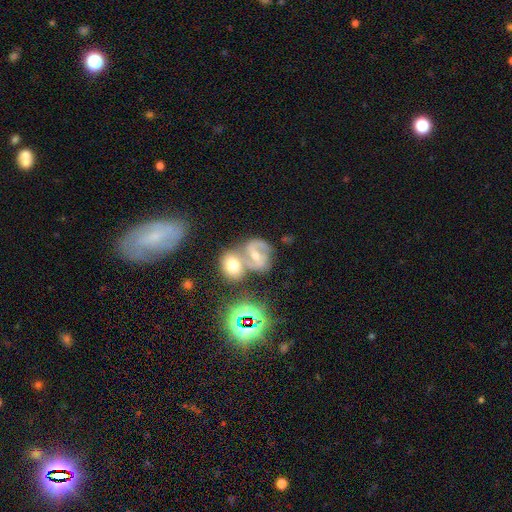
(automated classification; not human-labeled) Q: Smooth or featured?
A: featured or disk (60%); runner-up: smooth (20%)
Q: Edge-on disk?
A: no (96%); runner-up: yes (4%)
Q: Bar?
A: weak (39%); tied with: no (39%)
Q: Spiral arms?
A: yes (81%); runner-up: no (19%)
Q: Bulge size?
A: moderate (56%); runner-up: small (35%)
Q: Merging?
A: merger (41%); runner-up: none (39%)